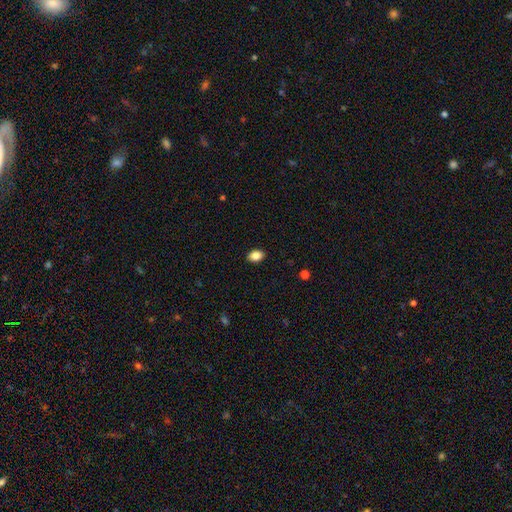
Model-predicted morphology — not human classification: This appears to be a smooth galaxy with no disk features (86%) that is in between round and cigar-shaped (81%). Merging: none (90%).